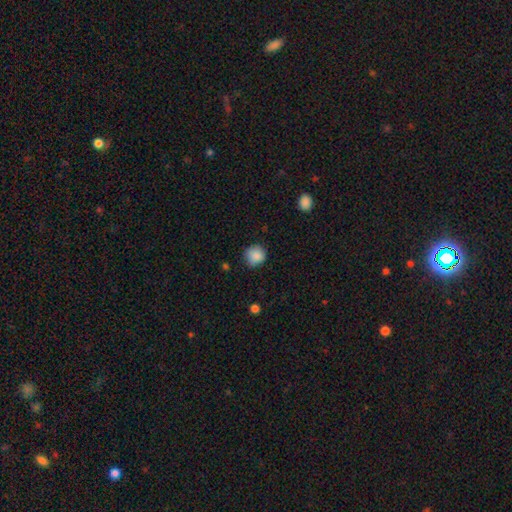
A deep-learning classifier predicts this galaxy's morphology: Smooth or featured? smooth (87%)
How rounded? round (88%)
Merging? none (72%)